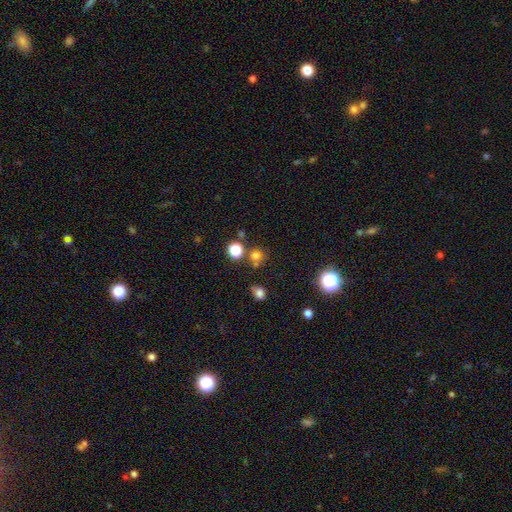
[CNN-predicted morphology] Smooth or featured? Predicted: smooth (p=0.71). How rounded? Predicted: round (p=0.87). Merging? Predicted: none (p=0.69).